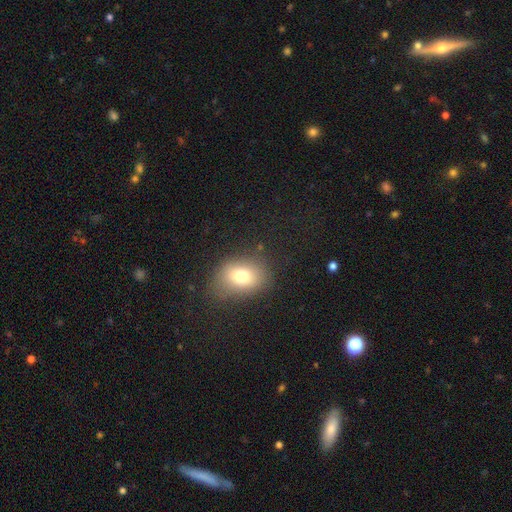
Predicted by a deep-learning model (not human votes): The model was most divided on "how rounded": in between: 59%, round: 39%, cigar-shaped: 2%. More confident: merging — none (84%); smooth or featured — smooth (65%).